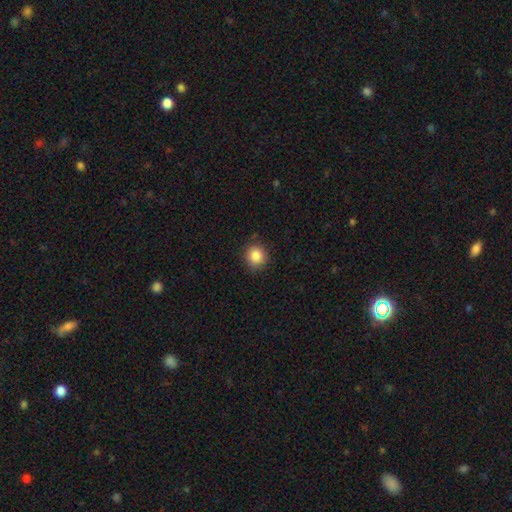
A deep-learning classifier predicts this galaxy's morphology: Smooth or featured? Predicted: smooth (p=0.86). How rounded? Predicted: round (p=0.86). Merging? Predicted: none (p=0.86).